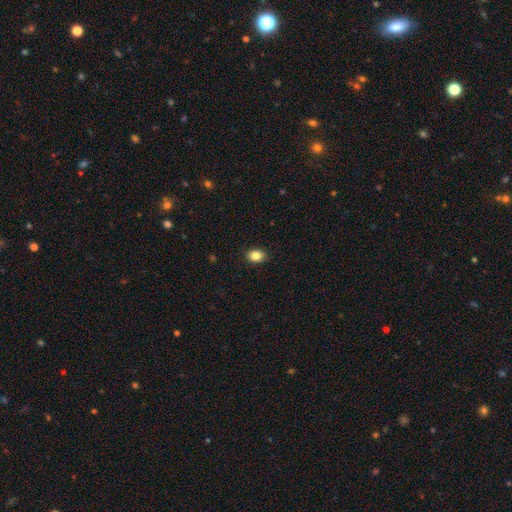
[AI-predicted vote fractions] The model was most divided on "how rounded": in between: 68%, round: 31%, cigar-shaped: 1%. More confident: merging — none (89%); smooth or featured — smooth (86%).